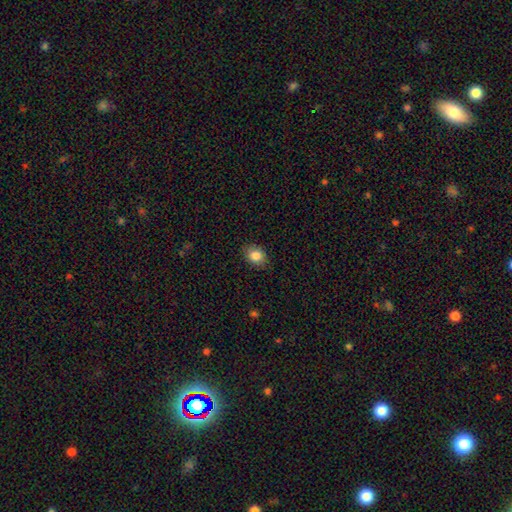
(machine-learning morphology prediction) This is clearly a smooth galaxy (85%). How rounded: possibly in between (56%). Merging: clearly none (87%).